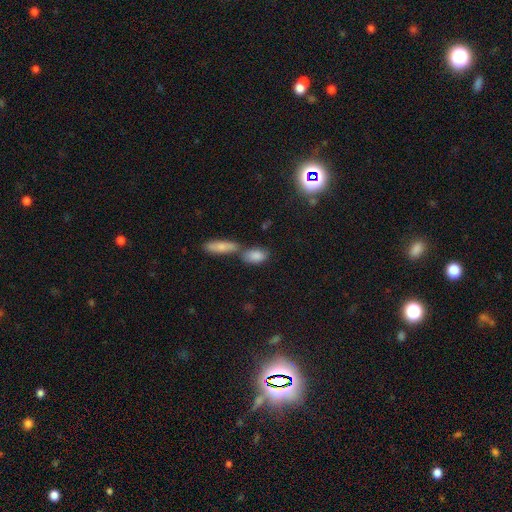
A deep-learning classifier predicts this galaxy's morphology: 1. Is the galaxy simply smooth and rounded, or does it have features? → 83% smooth, 9% featured or disk, 8% star or artifact.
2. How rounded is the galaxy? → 85% in between, 9% cigar-shaped, 6% round.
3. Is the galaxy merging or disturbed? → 45% none, 40% merger, 12% minor disturbance, 4% major disturbance.